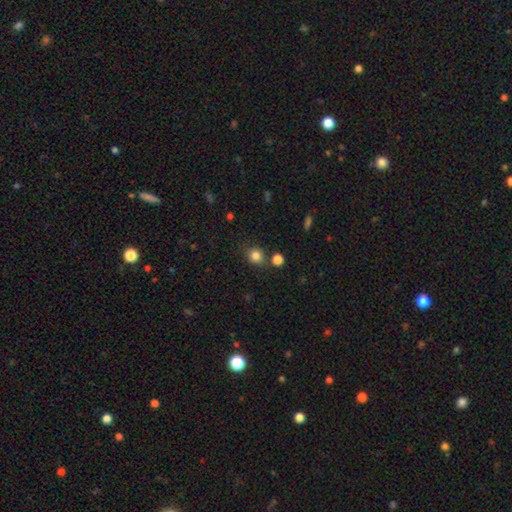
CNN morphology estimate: The model was most divided on "how rounded": round: 78%, in between: 21%, cigar-shaped: 1%. More confident: smooth or featured — smooth (83%); merging — none (77%).